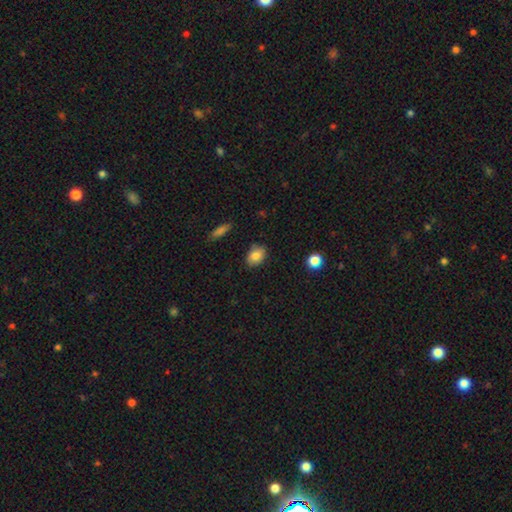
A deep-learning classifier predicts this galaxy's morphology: Smooth or featured?
  - smooth: 83% *
  - featured or disk: 9%
  - star or artifact: 8%
How rounded?
  - in between: 74% *
  - round: 25%
  - cigar-shaped: 2%
Merging?
  - none: 83% *
  - minor disturbance: 12%
  - major disturbance: 2%
  - merger: 2%